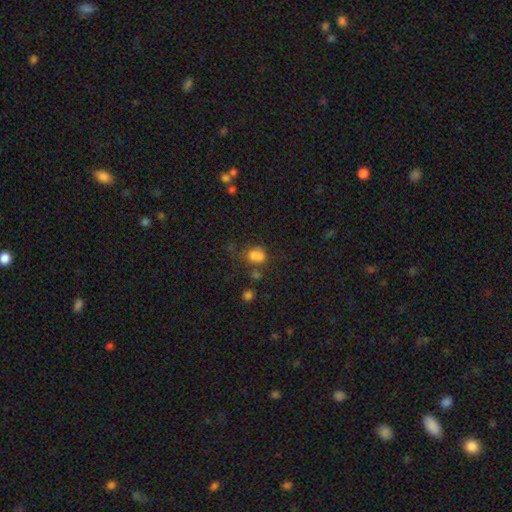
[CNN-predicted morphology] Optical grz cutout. It shows a smooth galaxy with no disk features (71%) that is in between round and cigar-shaped (51%). Merging: none (38%).